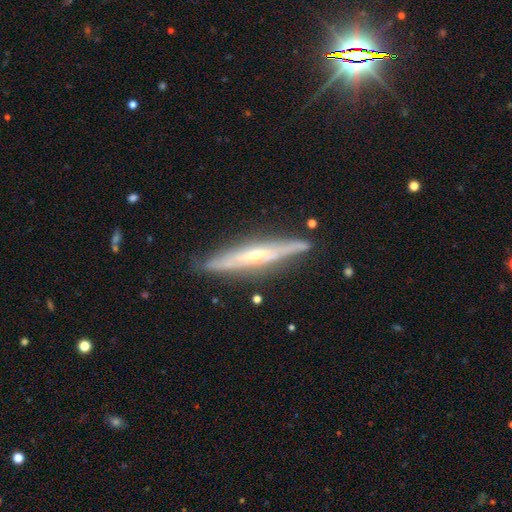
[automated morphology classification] A featured or disk galaxy (77%) viewed edge-on (92%) with a rounded central bulge (78%). Merging: none (83%).